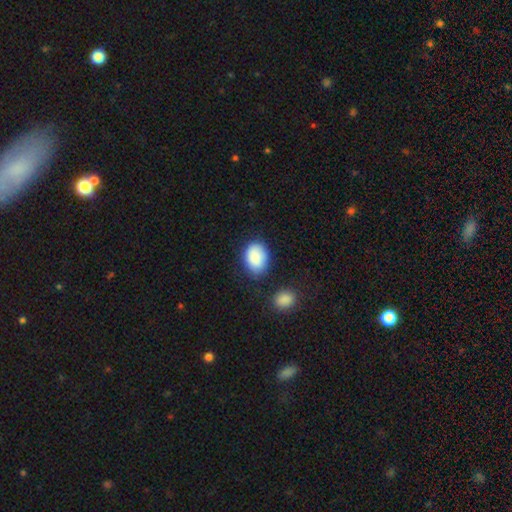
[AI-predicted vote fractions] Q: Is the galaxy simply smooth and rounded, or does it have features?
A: smooth — 88%.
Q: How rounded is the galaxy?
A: in between — 76%.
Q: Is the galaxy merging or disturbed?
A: none — 72%.